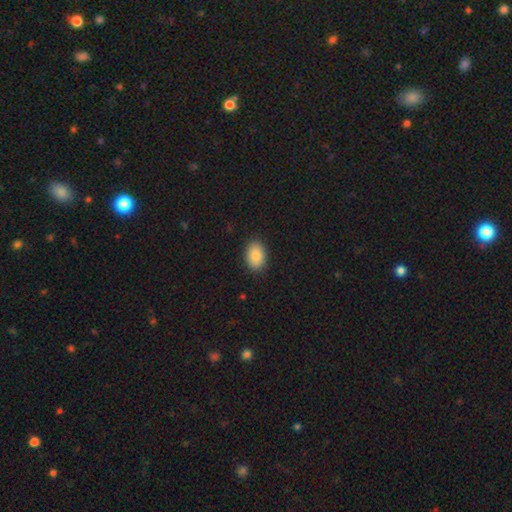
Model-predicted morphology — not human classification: The model was most divided on "how rounded": in between: 82%, round: 17%, cigar-shaped: 1%. More confident: merging — none (89%); smooth or featured — smooth (86%).